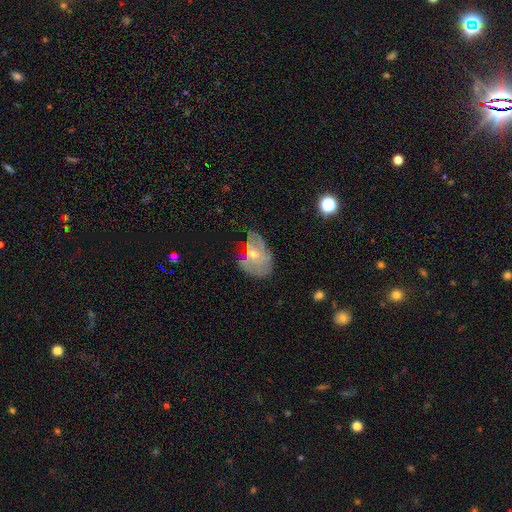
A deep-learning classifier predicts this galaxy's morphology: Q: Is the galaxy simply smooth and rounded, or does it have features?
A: featured or disk — 55%.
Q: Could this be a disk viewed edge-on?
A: no — 95%.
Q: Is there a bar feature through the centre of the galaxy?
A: no — 74%.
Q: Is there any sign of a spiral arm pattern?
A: no — 57%.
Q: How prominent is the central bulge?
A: small — 52%.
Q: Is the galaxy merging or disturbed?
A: none — 37%.